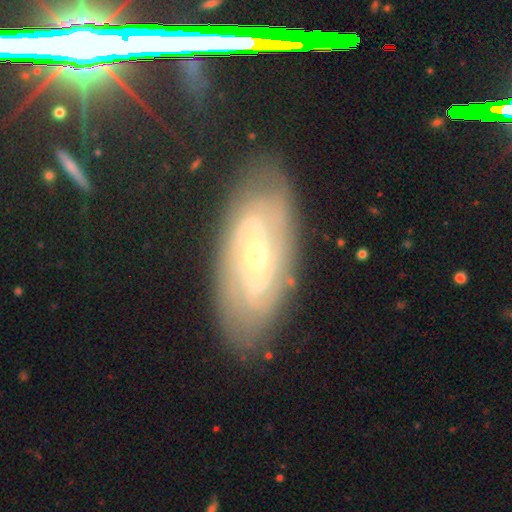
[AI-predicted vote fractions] Smooth or featured: featured or disk — 83% (smooth — 10%)
Edge-on disk: no — 93% (yes — 7%)
Bar: weak — 47% (no — 28%)
Spiral arms: yes — 93% (no — 7%)
Spiral winding: tight — 54% (medium — 34%)
Spiral arm count: 2 — 55% (can't tell — 26%)
Bulge size: small — 64% (moderate — 33%)
Merging: none — 80% (minor disturbance — 14%)